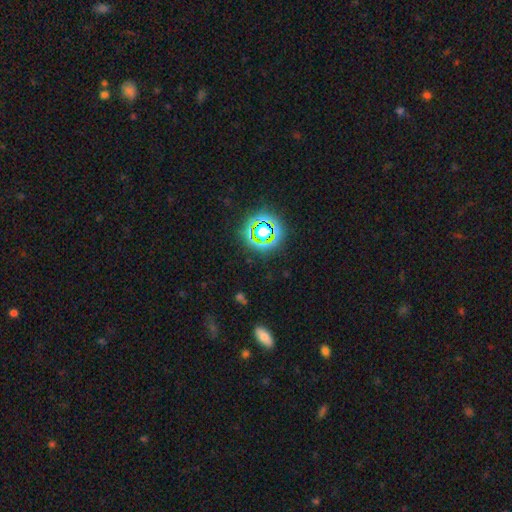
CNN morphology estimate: Smooth or featured: star or artifact — 71% (smooth — 20%)